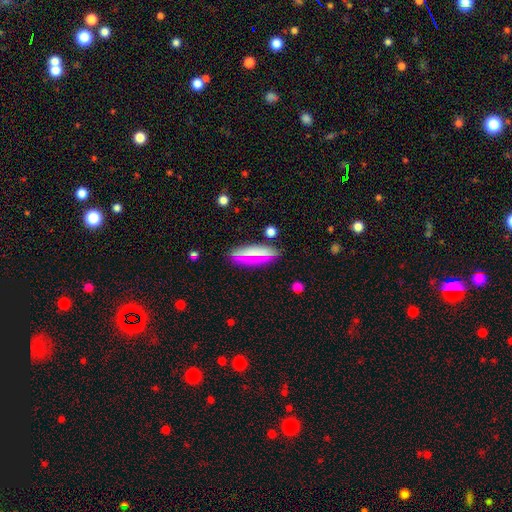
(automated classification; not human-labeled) smooth 64%, featured or disk 23%, star or artifact 12%. Down the decision tree: how rounded — in between (58%); merging — none (82%).